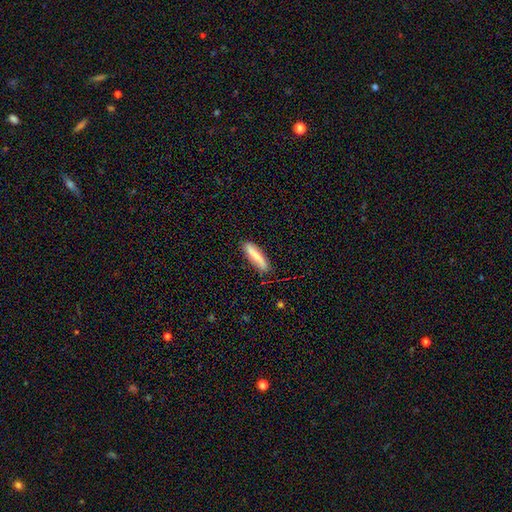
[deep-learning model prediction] The model was most divided on "smooth or featured": smooth: 71%, featured or disk: 23%, star or artifact: 6%. More confident: merging — none (83%); how rounded — cigar-shaped (75%).